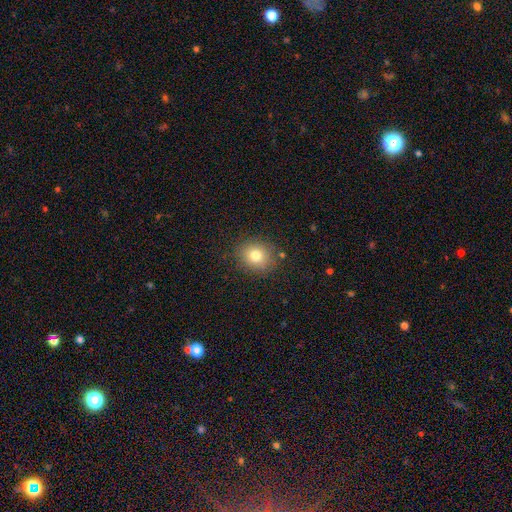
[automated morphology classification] This appears to be a smooth galaxy with no disk features (78%) that is round (70%). Merging: none (85%).